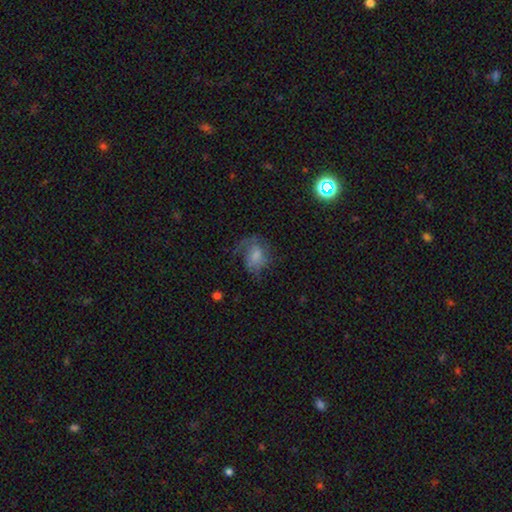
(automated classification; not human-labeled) Smooth or featured: smooth — 49% (featured or disk — 40%)
Merging: none — 40% (major disturbance — 33%)